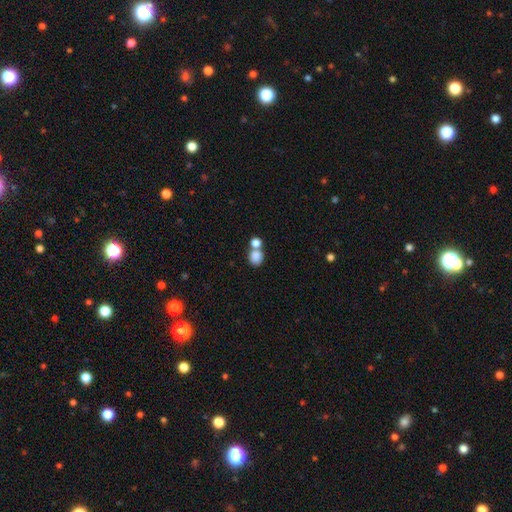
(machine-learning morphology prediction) Smooth or featured: smooth — 84% (star or artifact — 10%)
How rounded: round — 67% (in between — 32%)
Merging: merger — 45% (none — 43%)